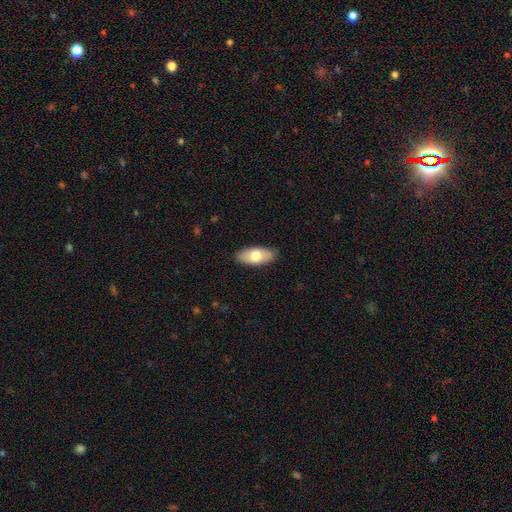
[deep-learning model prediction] A smooth galaxy with no disk features (73%) that is in between round and cigar-shaped (88%). Merging: none (86%).